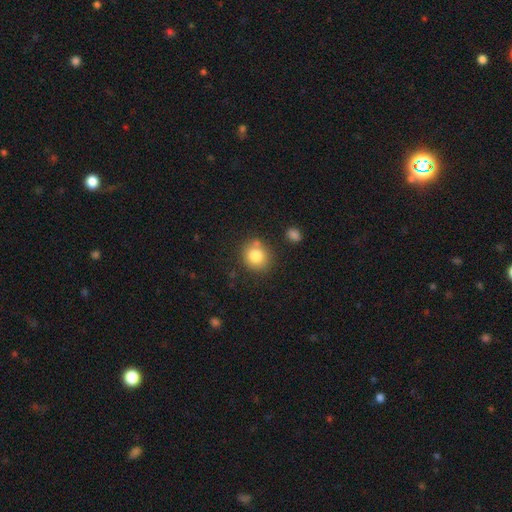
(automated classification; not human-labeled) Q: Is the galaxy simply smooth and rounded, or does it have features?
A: smooth — 81%.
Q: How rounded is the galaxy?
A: round — 81%.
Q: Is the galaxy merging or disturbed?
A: none — 75%.